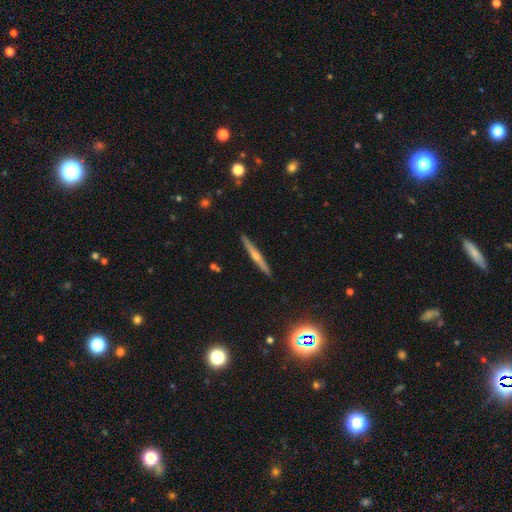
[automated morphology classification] Overall: featured or disk (69%). Edge-on disk: yes (97%). Edge-on bulge: rounded (83%). Merging: none (91%).